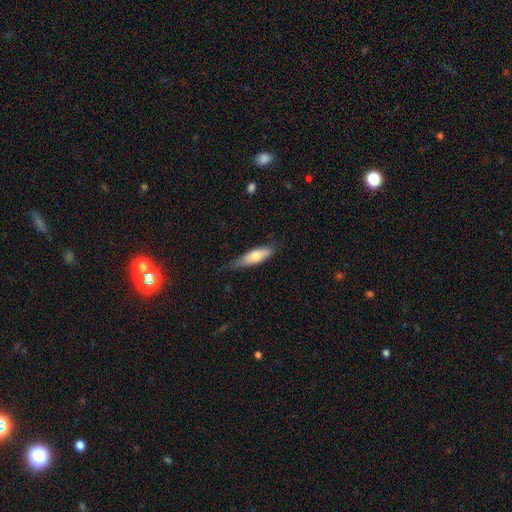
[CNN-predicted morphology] The model was most divided on "how rounded": in between: 58%, cigar-shaped: 40%, round: 2%. More confident: smooth or featured — smooth (72%); merging — none (63%).